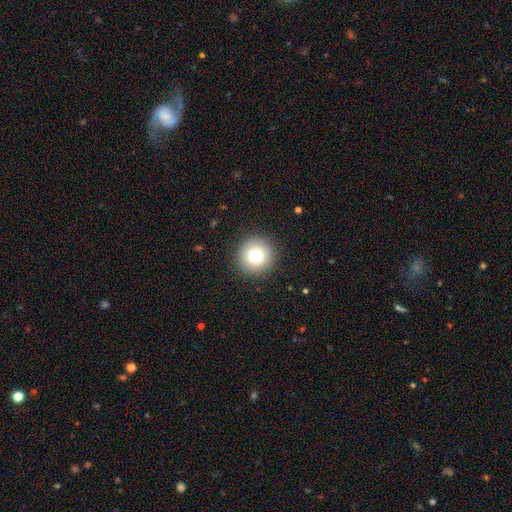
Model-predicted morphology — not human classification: This is likely a smooth galaxy (77%). How rounded: clearly round (95%). Merging: clearly none (91%).